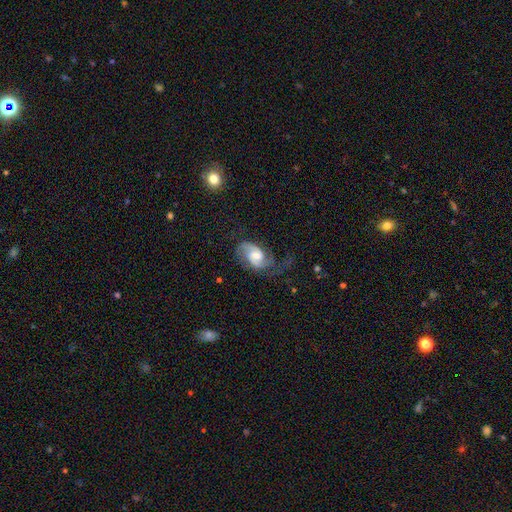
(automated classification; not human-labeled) The model was most divided on "bar": weak: 48%, no: 42%, strong: 10%. Remaining: edge-on disk — no (97%); spiral arms — yes (96%); spiral arm count — 2 (87%); smooth or featured — featured or disk (81%); bulge size — moderate (52%); merging — none (50%); spiral winding — medium (47%).